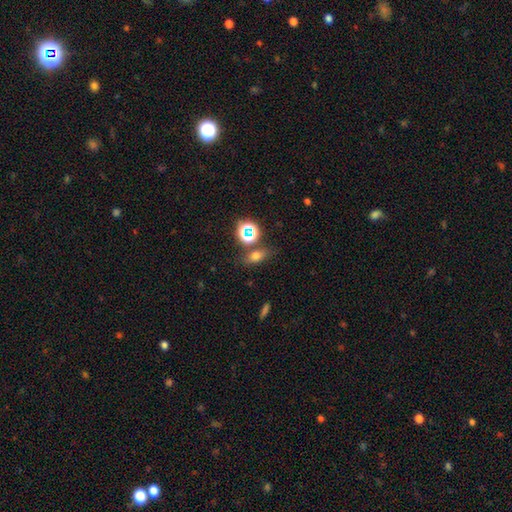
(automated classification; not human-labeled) A smooth galaxy with no disk features (62%) that is in between round and cigar-shaped (66%).

Vote fractions:
- Smooth or featured? smooth: 62% / star or artifact: 23% / featured or disk: 15%
- How rounded? in between: 66% / round: 21% / cigar-shaped: 13%
- Merging? none: 72% / minor disturbance: 13% / merger: 10% / major disturbance: 5%